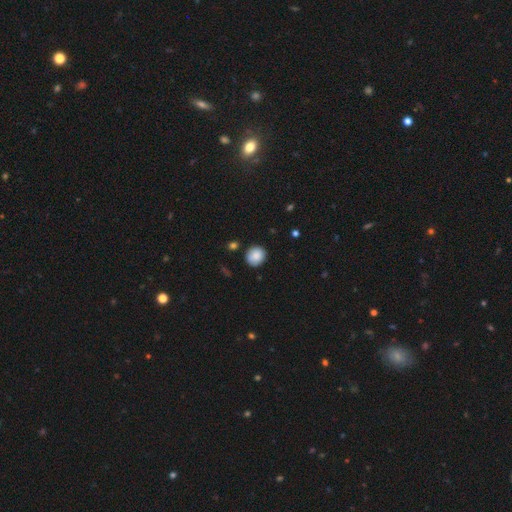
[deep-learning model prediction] Smooth or featured? Predicted: smooth (p=0.87). How rounded? Predicted: round (p=0.85). Merging? Predicted: none (p=0.84).